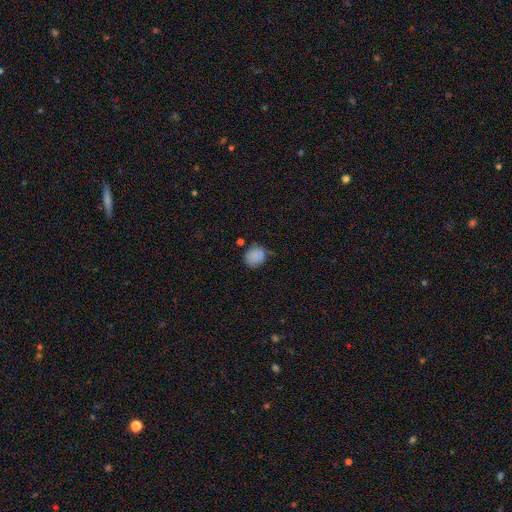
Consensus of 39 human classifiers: smooth 79%, featured or disk 13%, star or artifact 8%. Down the decision tree: how rounded — round (84%); merging — none (64%).